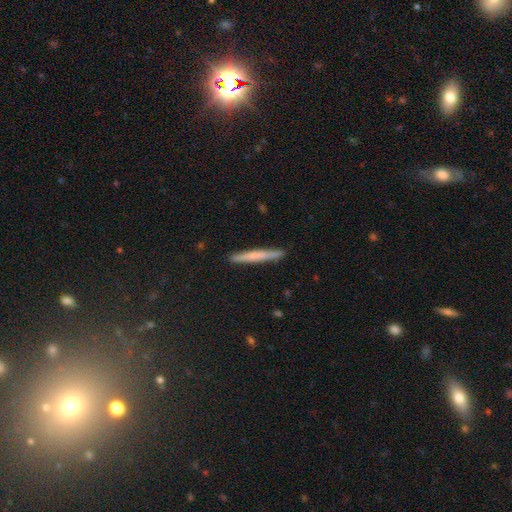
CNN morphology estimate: A smooth galaxy with no disk features (62%) that is cigar-shaped (96%).

Vote fractions:
- Smooth or featured? smooth: 62% / featured or disk: 31% / star or artifact: 7%
- How rounded? cigar-shaped: 96% / in between: 2% / round: 1%
- Merging? none: 90% / minor disturbance: 7% / major disturbance: 1% / merger: 1%